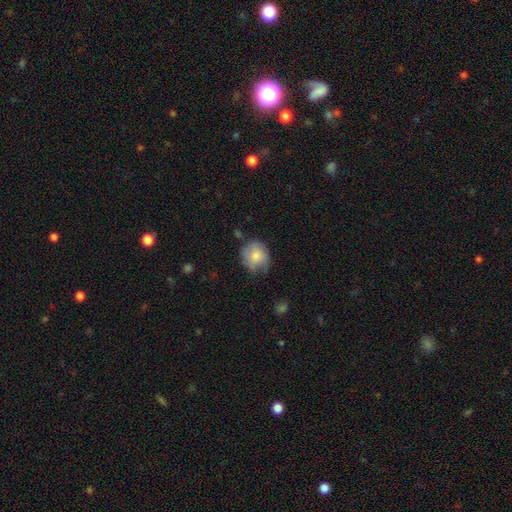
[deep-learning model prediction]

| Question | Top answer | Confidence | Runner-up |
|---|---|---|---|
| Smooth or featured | smooth | 73% | featured or disk (20%) |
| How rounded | round | 75% | in between (24%) |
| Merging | none | 60% | minor disturbance (30%) |